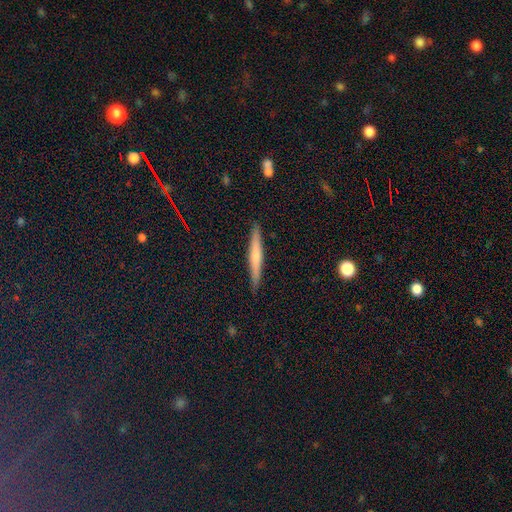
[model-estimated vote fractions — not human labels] Morphology: type=smooth (53%); roundness=cigar-shaped (95%); merging=none (90%).